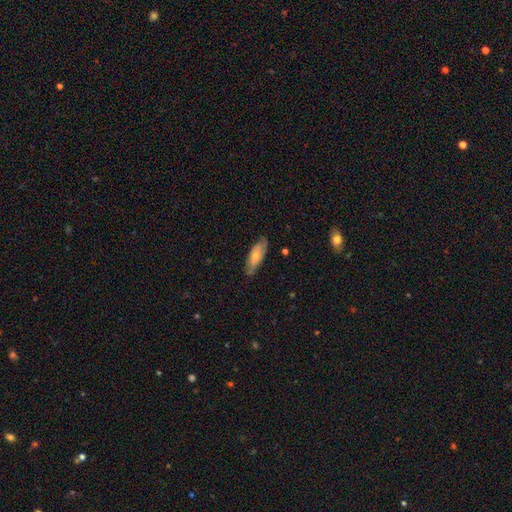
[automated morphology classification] Smooth or featured?
  - smooth: 60% *
  - featured or disk: 34%
  - star or artifact: 6%
How rounded?
  - in between: 63% *
  - cigar-shaped: 35%
  - round: 2%
Merging?
  - none: 74% *
  - minor disturbance: 21%
  - major disturbance: 4%
  - merger: 1%